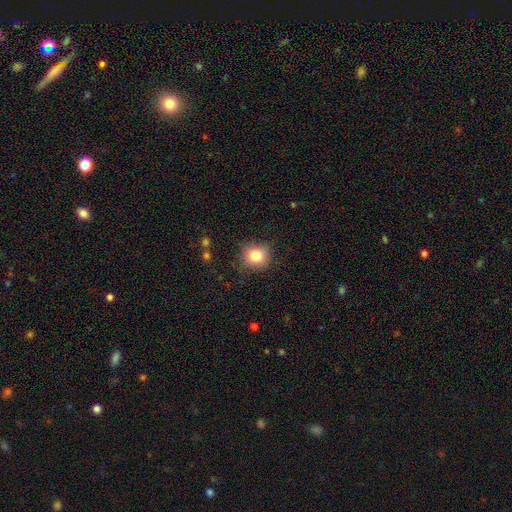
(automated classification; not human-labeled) smooth 82%, star or artifact 11%, featured or disk 7%. Down the decision tree: how rounded — round (83%); merging — none (79%).